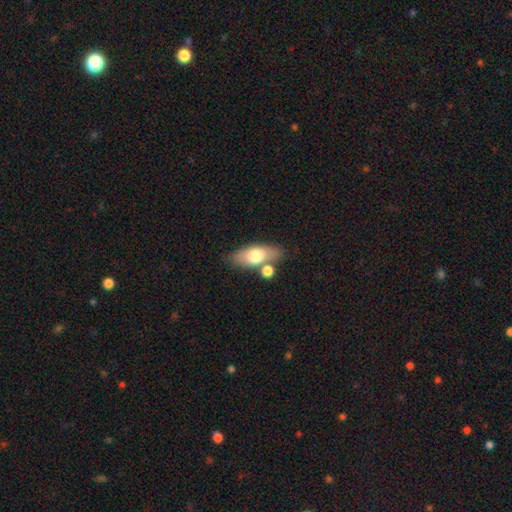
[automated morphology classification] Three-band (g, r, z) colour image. It shows a smooth galaxy with no disk features (67%) that is in between round and cigar-shaped (78%). Merging: none (66%).